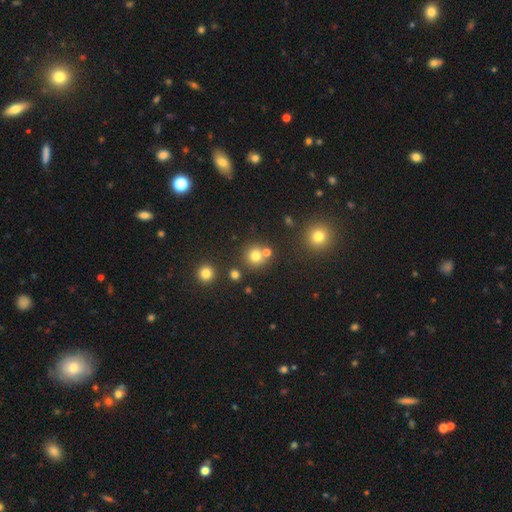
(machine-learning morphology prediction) Smooth or featured?
  - smooth: 75% *
  - star or artifact: 17%
  - featured or disk: 9%
How rounded?
  - round: 91% *
  - in between: 8%
  - cigar-shaped: 1%
Merging?
  - none: 70% *
  - merger: 19%
  - minor disturbance: 8%
  - major disturbance: 3%